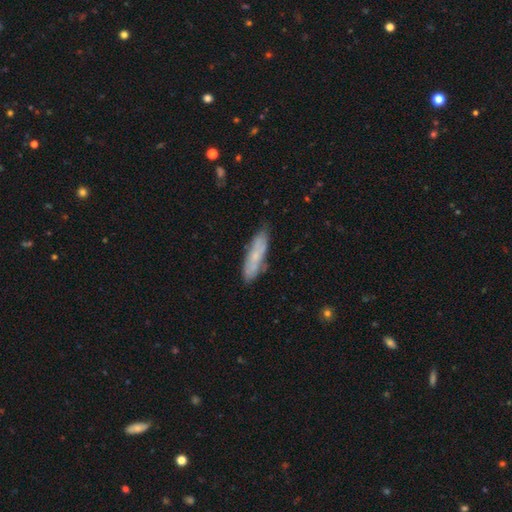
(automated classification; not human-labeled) Q: Smooth or featured?
A: smooth (55%); runner-up: featured or disk (38%)
Q: How rounded?
A: cigar-shaped (67%); runner-up: in between (31%)
Q: Merging?
A: none (75%); runner-up: minor disturbance (19%)